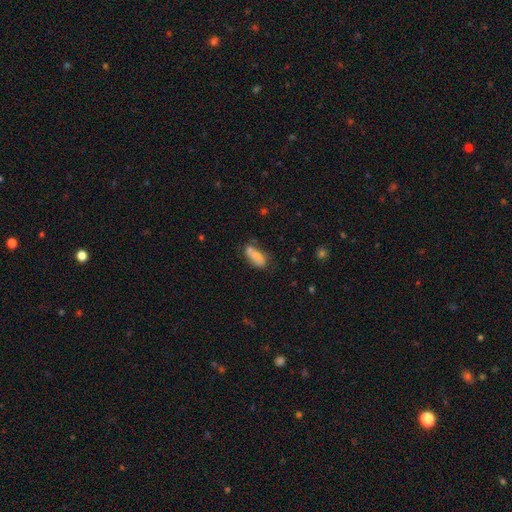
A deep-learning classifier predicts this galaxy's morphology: Q: Smooth or featured?
A: smooth (73%); runner-up: featured or disk (19%)
Q: How rounded?
A: in between (80%); runner-up: cigar-shaped (17%)
Q: Merging?
A: none (50%); runner-up: minor disturbance (26%)